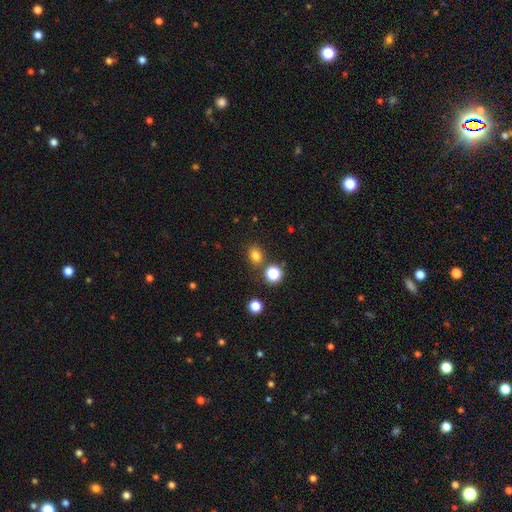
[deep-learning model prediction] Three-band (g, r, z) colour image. It shows a smooth galaxy with no disk features (79%) that is round (56%). Merging: none (78%).